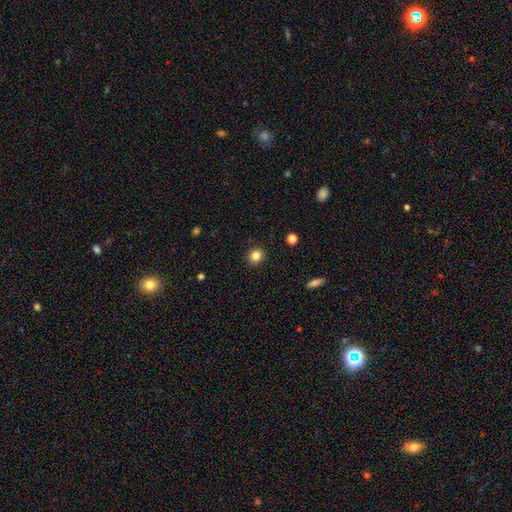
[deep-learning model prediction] Q: Smooth or featured?
A: smooth (83%); runner-up: star or artifact (11%)
Q: How rounded?
A: round (79%); runner-up: in between (20%)
Q: Merging?
A: none (91%); runner-up: minor disturbance (6%)